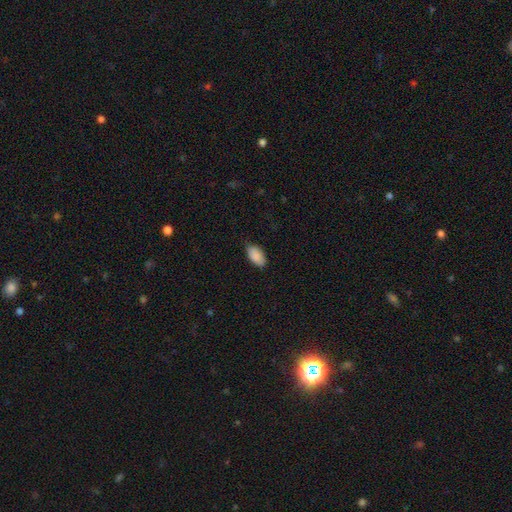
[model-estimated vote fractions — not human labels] smooth_or_featured: smooth (p=0.90) [alt: star or artifact p=0.06]
how_rounded: in between (p=0.95) [alt: round p=0.03]
merging: none (p=0.78) [alt: minor disturbance p=0.18]